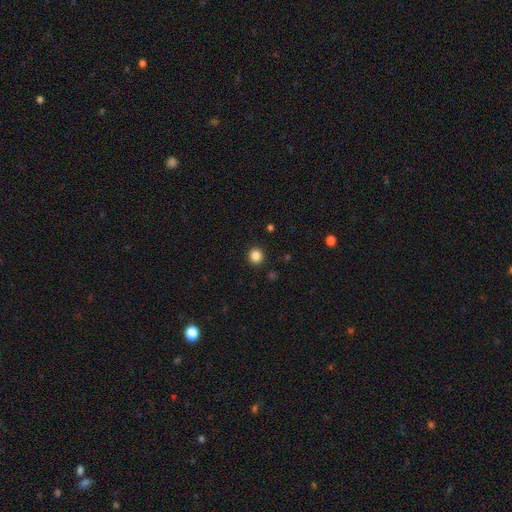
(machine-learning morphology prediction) smooth 85%, star or artifact 12%, featured or disk 3%. Down the decision tree: how rounded — round (93%); merging — none (92%).